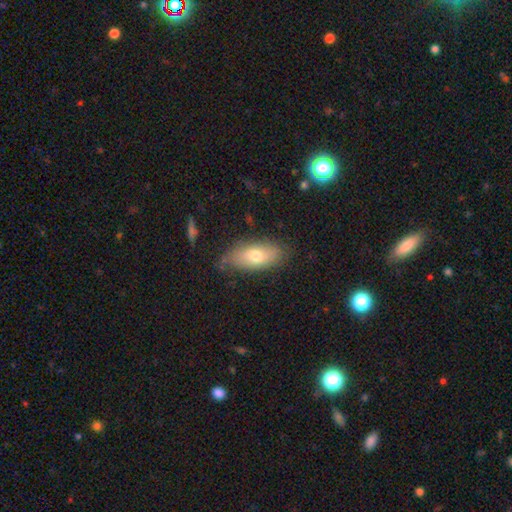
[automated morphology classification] Smooth or featured? Predicted: smooth (p=0.70). How rounded? Predicted: in between (p=0.85). Merging? Predicted: none (p=0.74).